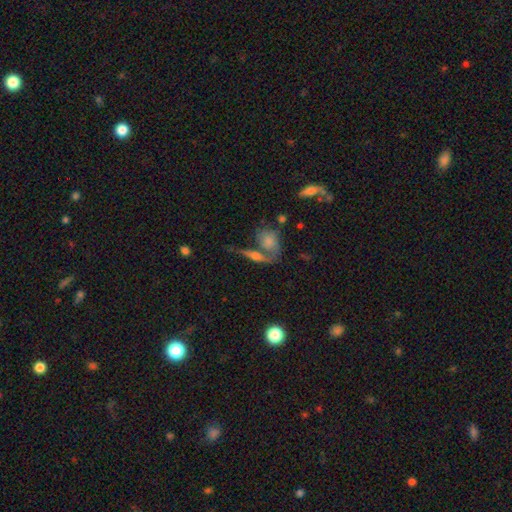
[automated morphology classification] A featured or disk galaxy (47%). Merging: none (46%).